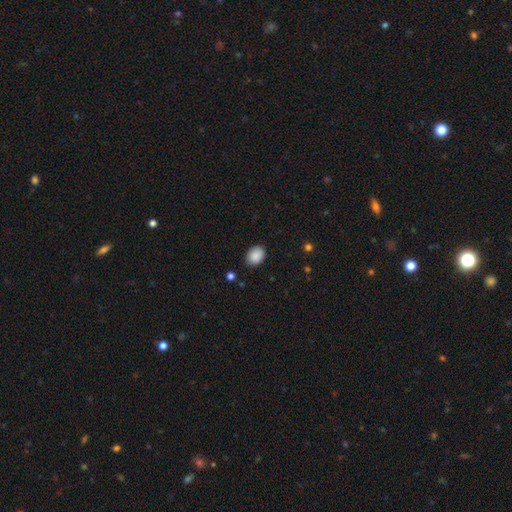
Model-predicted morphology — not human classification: This appears to be a smooth galaxy with no disk features (89%) that is in between round and cigar-shaped (65%). Merging: none (86%).